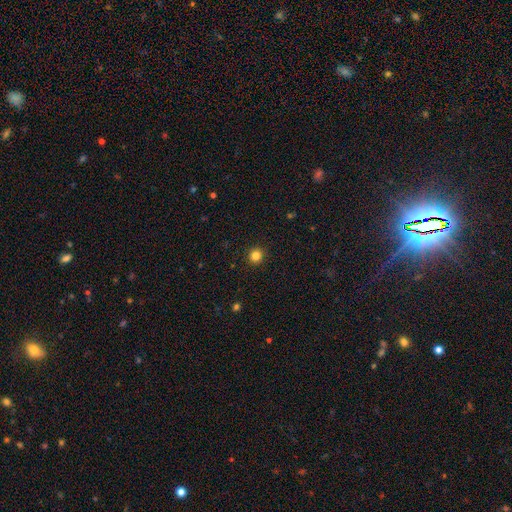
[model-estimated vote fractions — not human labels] This appears to be a smooth galaxy with no disk features (83%) that is round (93%). Merging: none (93%).